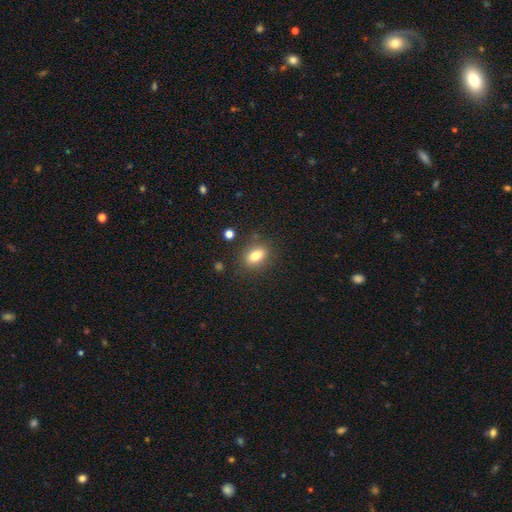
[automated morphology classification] Overall: smooth (81%). How rounded: in between (76%). Merging: none (83%).